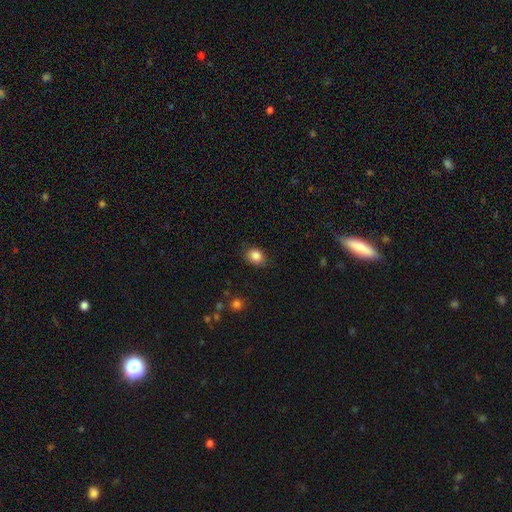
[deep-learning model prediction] A smooth galaxy with no disk features (85%) that is round (52%).

Vote fractions:
- Smooth or featured? smooth: 85% / star or artifact: 10% / featured or disk: 5%
- How rounded? round: 52% / in between: 47% / cigar-shaped: 1%
- Merging? none: 83% / minor disturbance: 13% / major disturbance: 3% / merger: 1%